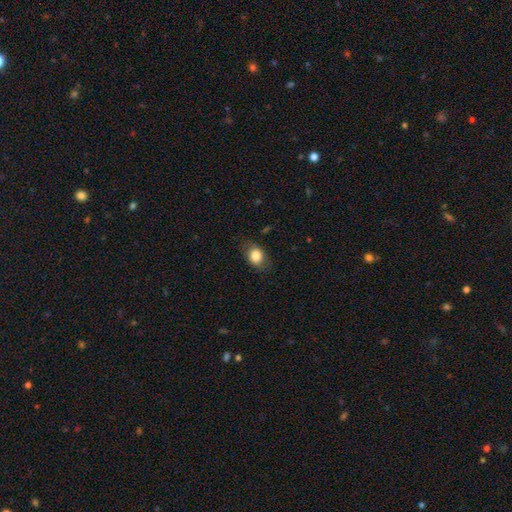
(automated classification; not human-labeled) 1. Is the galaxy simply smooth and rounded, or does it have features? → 81% smooth, 11% featured or disk, 8% star or artifact.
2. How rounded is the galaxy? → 67% in between, 31% round, 1% cigar-shaped.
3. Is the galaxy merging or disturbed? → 77% none, 17% minor disturbance, 6% major disturbance, 1% merger.